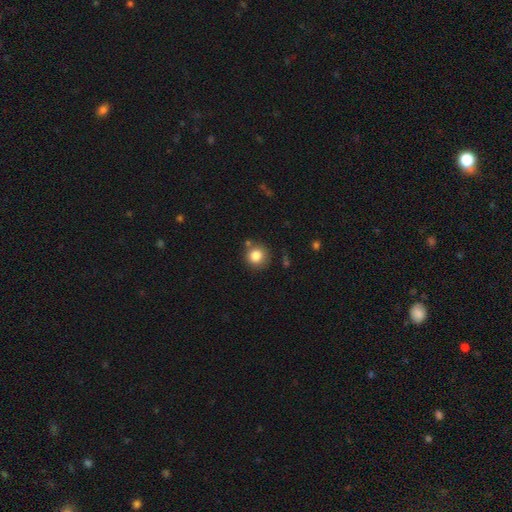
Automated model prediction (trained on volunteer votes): smooth_or_featured: smooth (p=0.84) [alt: star or artifact p=0.10]
how_rounded: round (p=0.91) [alt: in between p=0.08]
merging: none (p=0.79) [alt: minor disturbance p=0.11]